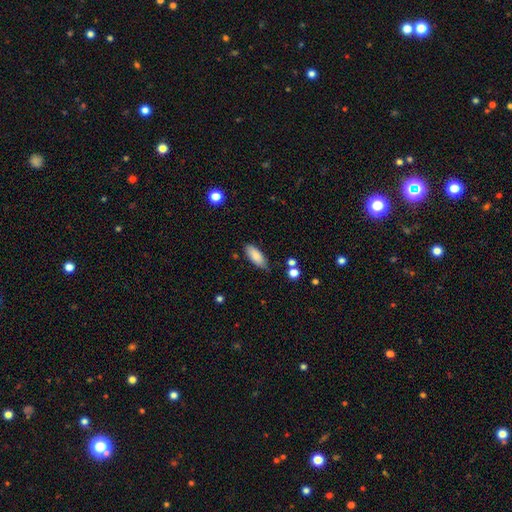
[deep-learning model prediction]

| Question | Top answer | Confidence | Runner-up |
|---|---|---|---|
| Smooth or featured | smooth | 85% | featured or disk (8%) |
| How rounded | in between | 81% | cigar-shaped (18%) |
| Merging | none | 75% | minor disturbance (18%) |